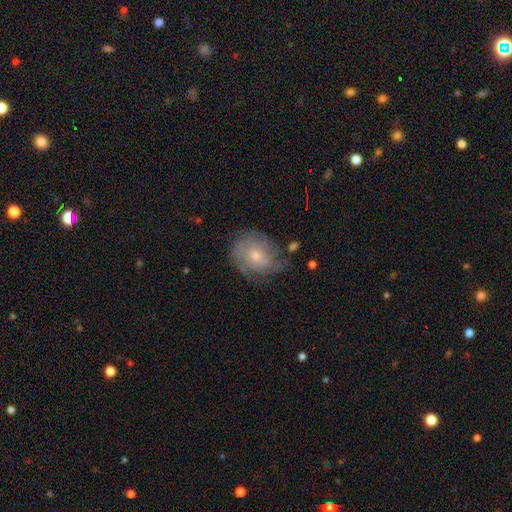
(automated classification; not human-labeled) Morphology: type=featured or disk (59%); edge-on=no (97%); bar=no (77%); spiral arms=yes (79%); bulge=small (50%); merging=none (59%).